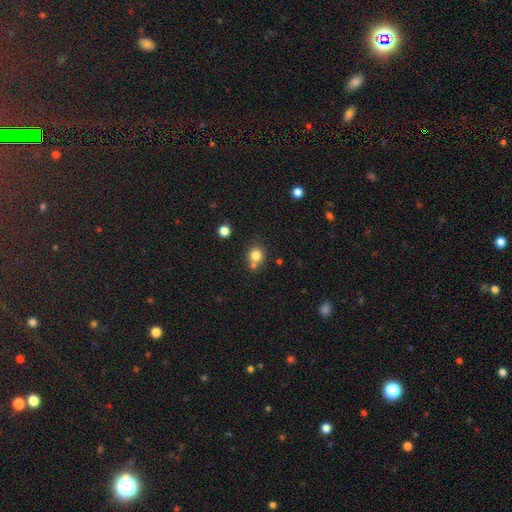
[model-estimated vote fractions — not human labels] Smooth or featured?
  - smooth: 80% *
  - star or artifact: 12%
  - featured or disk: 7%
How rounded?
  - round: 85% *
  - in between: 14%
  - cigar-shaped: 1%
Merging?
  - none: 63% *
  - merger: 24%
  - minor disturbance: 10%
  - major disturbance: 3%